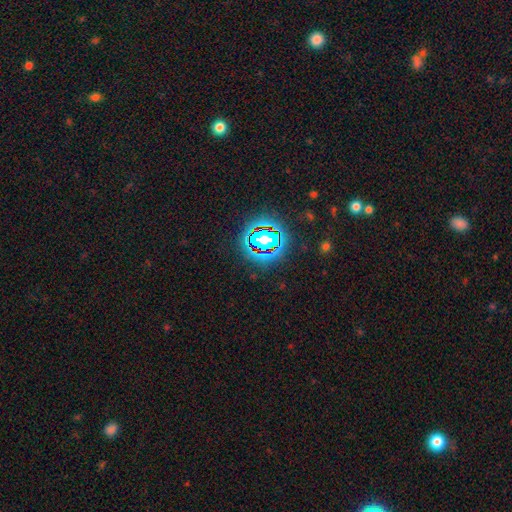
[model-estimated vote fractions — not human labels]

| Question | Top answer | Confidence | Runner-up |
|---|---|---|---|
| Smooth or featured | star or artifact | 80% | smooth (13%) |